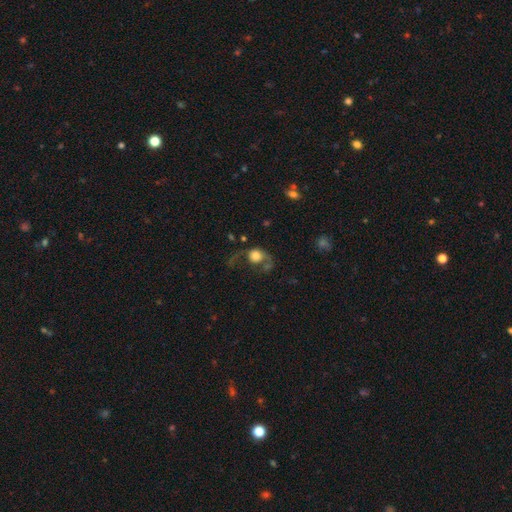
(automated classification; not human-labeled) smooth 55%, featured or disk 36%, star or artifact 9%. Down the decision tree: how rounded — round (74%); merging — major disturbance (52%).